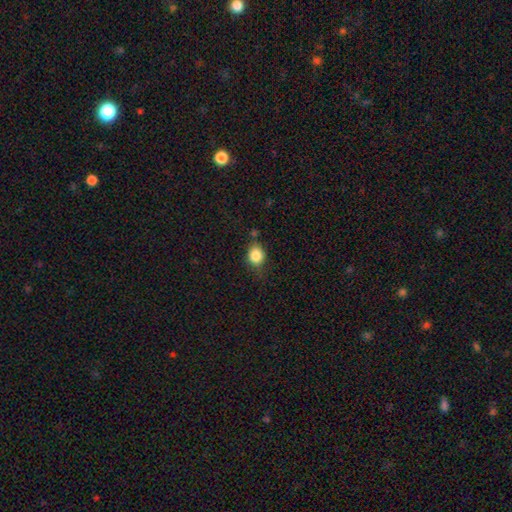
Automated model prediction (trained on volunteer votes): Morphology: type=smooth (84%); roundness=round (64%); merging=none (64%).